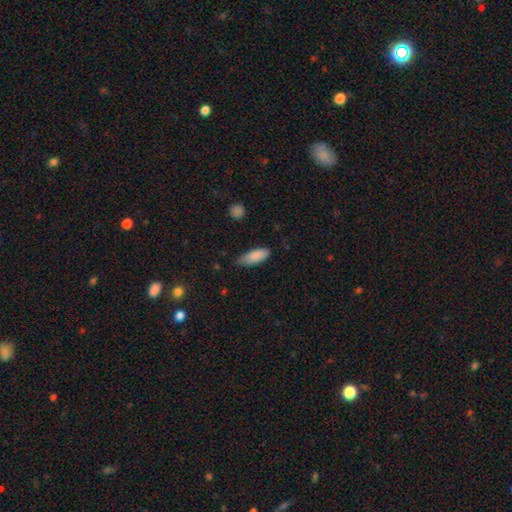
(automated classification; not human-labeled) Q: Smooth or featured?
A: smooth (88%); runner-up: star or artifact (6%)
Q: How rounded?
A: in between (77%); runner-up: cigar-shaped (21%)
Q: Merging?
A: none (69%); runner-up: minor disturbance (26%)